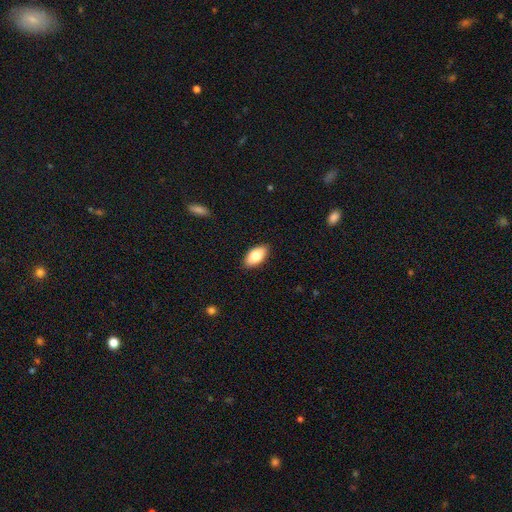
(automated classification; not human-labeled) A smooth galaxy with no disk features (81%) that is in between round and cigar-shaped (93%).

Vote fractions:
- Smooth or featured? smooth: 81% / featured or disk: 12% / star or artifact: 7%
- How rounded? in between: 93% / cigar-shaped: 4% / round: 3%
- Merging? none: 89% / minor disturbance: 9% / major disturbance: 2% / merger: 1%